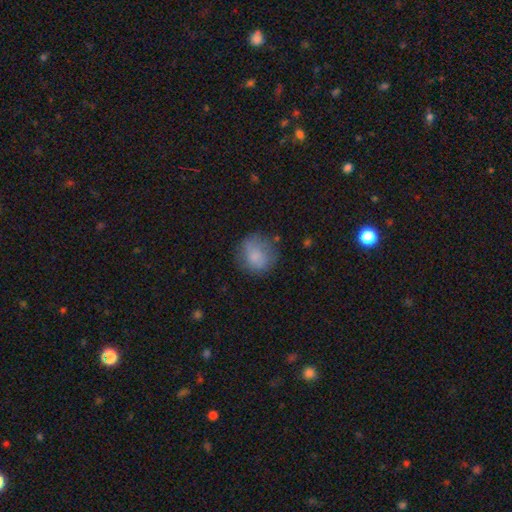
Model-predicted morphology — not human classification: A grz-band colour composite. It shows a smooth galaxy with no disk features (76%) that is round (85%). Merging: none (66%).